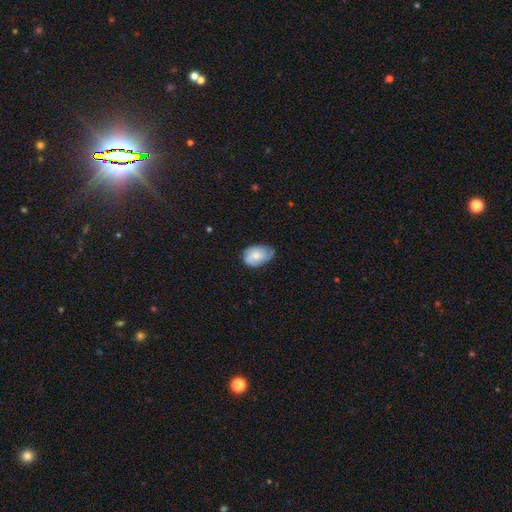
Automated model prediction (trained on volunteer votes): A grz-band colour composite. It shows a smooth galaxy with no disk features (72%) that is in between round and cigar-shaped (83%). Merging: none (46%).